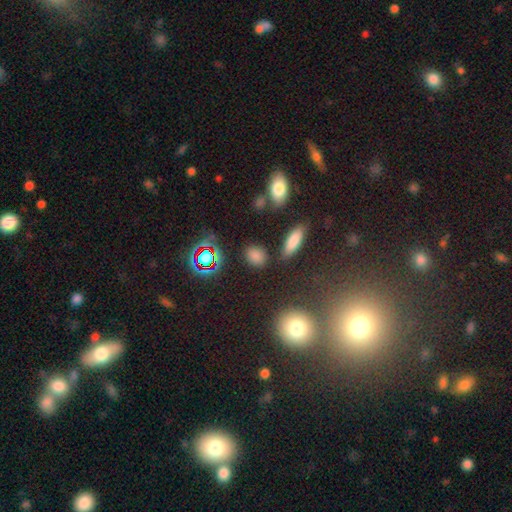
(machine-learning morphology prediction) This is likely a smooth galaxy (76%). How rounded: possibly in between (51%). Merging: clearly none (84%).